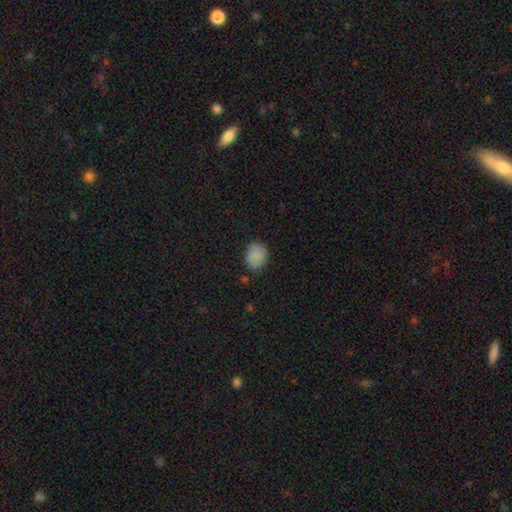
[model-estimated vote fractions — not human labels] This appears to be a smooth galaxy with no disk features (86%) that is round (56%). Merging: none (76%).